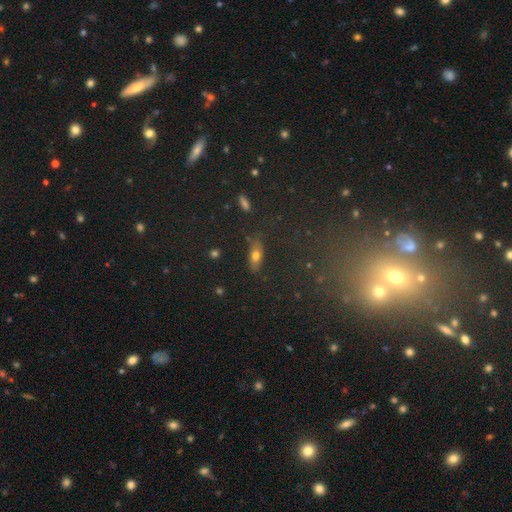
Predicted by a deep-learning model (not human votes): smooth_or_featured: smooth (p=0.68) [alt: featured or disk p=0.17]
how_rounded: in between (p=0.75) [alt: cigar-shaped p=0.18]
merging: none (p=0.76) [alt: minor disturbance p=0.17]